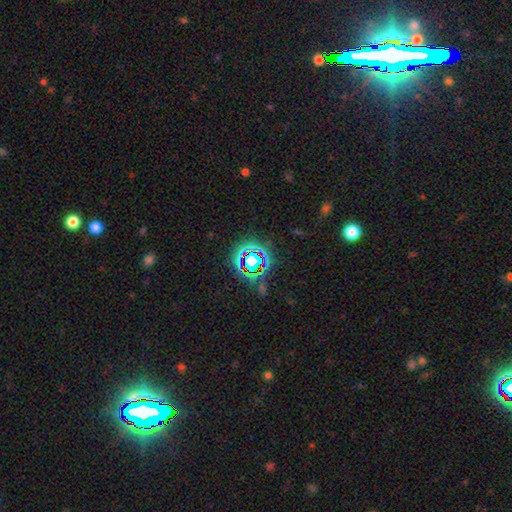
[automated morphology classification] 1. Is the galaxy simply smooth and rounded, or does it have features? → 76% star or artifact, 13% smooth, 11% featured or disk.